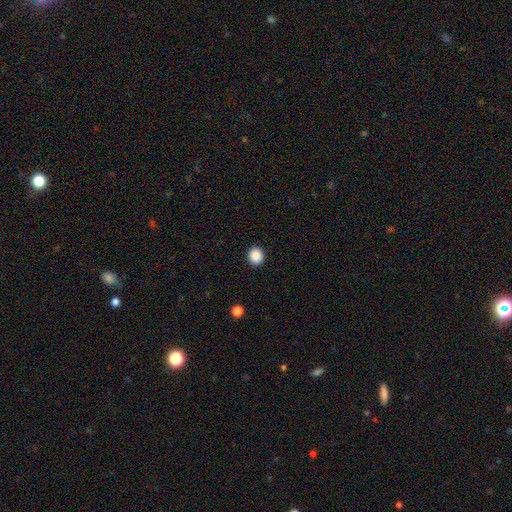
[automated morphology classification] This appears to be a smooth galaxy with no disk features (89%) that is round (79%). Merging: none (92%).